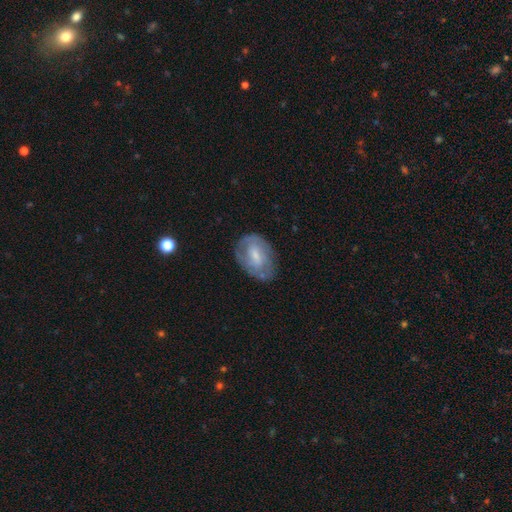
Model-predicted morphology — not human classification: Smooth or featured: featured or disk — 56% (smooth — 37%)
Edge-on disk: no — 95% (yes — 5%)
Bar: weak — 49% (no — 37%)
Spiral arms: yes — 65% (no — 35%)
Bulge size: small — 48% (moderate — 36%)
Merging: none — 66% (minor disturbance — 23%)